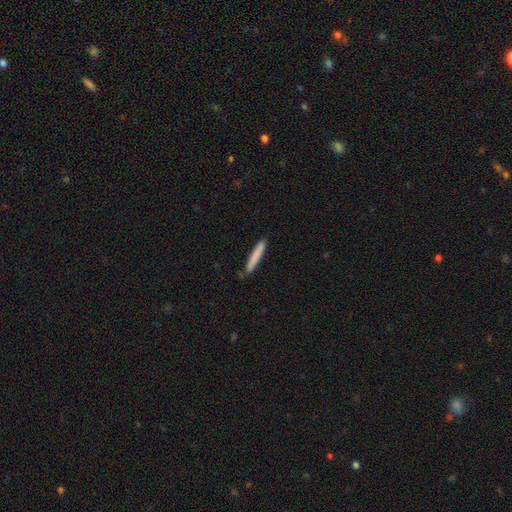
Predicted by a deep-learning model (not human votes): A smooth galaxy with no disk features (79%) that is cigar-shaped (96%).

Vote fractions:
- Smooth or featured? smooth: 79% / featured or disk: 16% / star or artifact: 6%
- How rounded? cigar-shaped: 96% / in between: 3% / round: 1%
- Merging? none: 89% / minor disturbance: 8% / merger: 2% / major disturbance: 1%